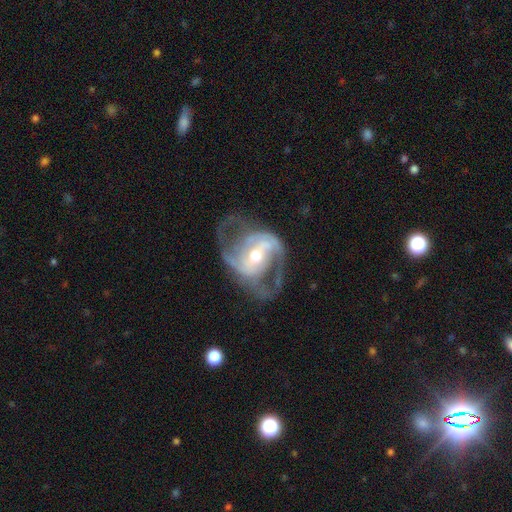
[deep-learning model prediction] smooth_or_featured: featured or disk (p=0.89) [alt: smooth p=0.06]
disk_edge_on: no (p=0.97) [alt: yes p=0.03]
bar: weak (p=0.37) [tied with: strong p=0.37]
has_spiral_arms: yes (p=0.93) [alt: no p=0.07]
spiral_winding: medium (p=0.53) [alt: loose p=0.28]
spiral_arm_count: 2 (p=0.79) [alt: 3 p=0.08]
bulge_size: moderate (p=0.59) [alt: small p=0.35]
merging: none (p=0.60) [alt: major disturbance p=0.21]